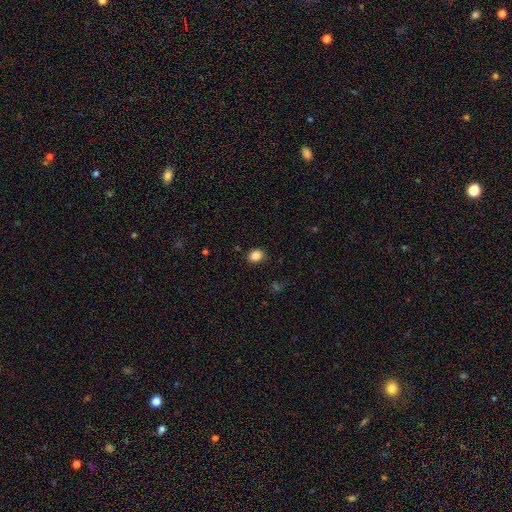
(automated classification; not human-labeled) smooth 85%, star or artifact 10%, featured or disk 5%. Down the decision tree: how rounded — in between (50%); merging — none (87%).